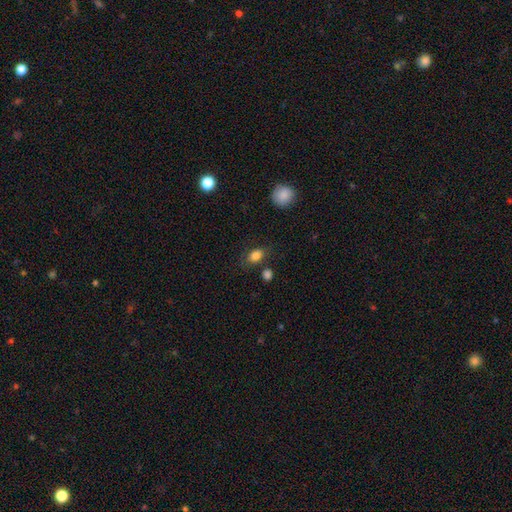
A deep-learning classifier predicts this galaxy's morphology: A smooth galaxy with no disk features (84%) that is in between round and cigar-shaped (70%). Merging: none (75%).